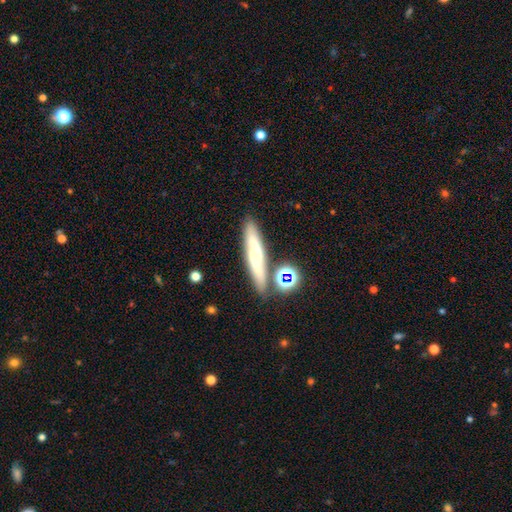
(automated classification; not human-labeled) A featured or disk galaxy (49%).

Vote fractions:
- Smooth or featured? featured or disk: 49% / smooth: 40% / star or artifact: 11%
- Merging? none: 76% / minor disturbance: 12% / merger: 9% / major disturbance: 3%